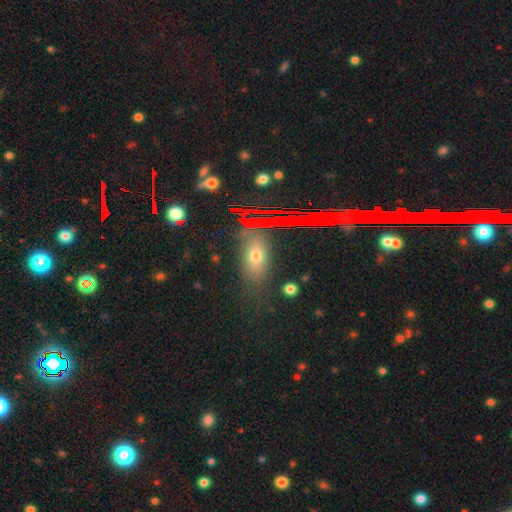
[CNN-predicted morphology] type=smooth (65%); roundness=in between (74%); merging=none (78%).